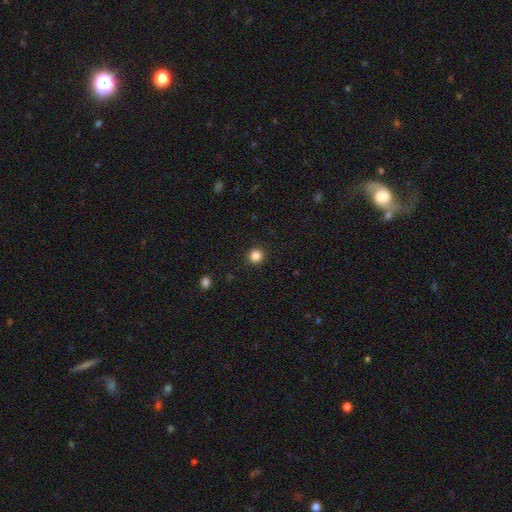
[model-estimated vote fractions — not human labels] smooth_or_featured: smooth (p=0.85) [alt: star or artifact p=0.11]
how_rounded: round (p=0.93) [alt: in between p=0.06]
merging: none (p=0.91) [alt: minor disturbance p=0.06]